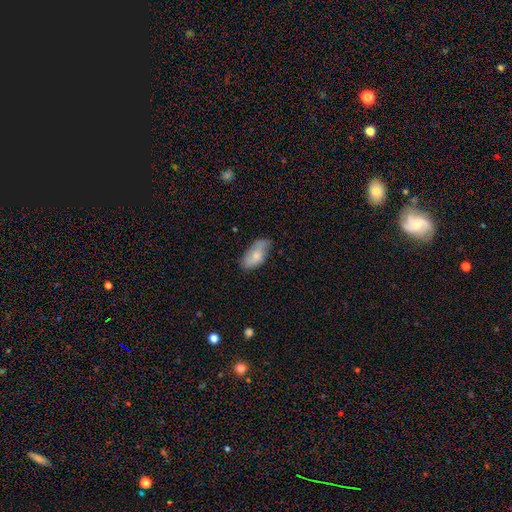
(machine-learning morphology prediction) A smooth galaxy with no disk features (71%) that is in between round and cigar-shaped (92%). Merging: none (59%).